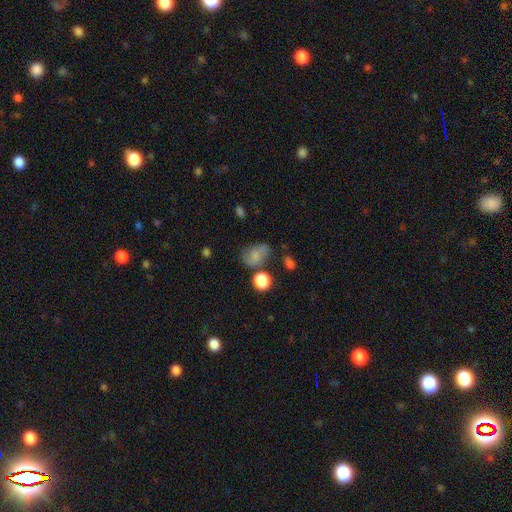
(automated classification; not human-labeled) Smooth or featured? smooth (68%)
How rounded? in between (70%)
Merging? none (48%)